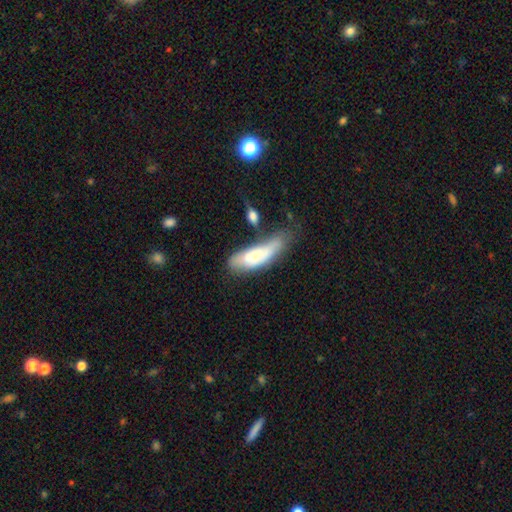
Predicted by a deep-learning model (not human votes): Q: Smooth or featured?
A: smooth (58%); runner-up: featured or disk (35%)
Q: How rounded?
A: in between (59%); runner-up: cigar-shaped (39%)
Q: Merging?
A: none (33%); runner-up: minor disturbance (29%)